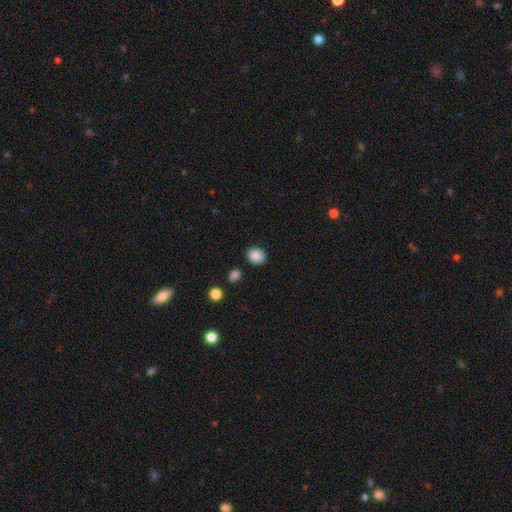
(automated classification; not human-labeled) This appears to be a smooth galaxy with no disk features (88%) that is round (67%). Merging: none (84%).